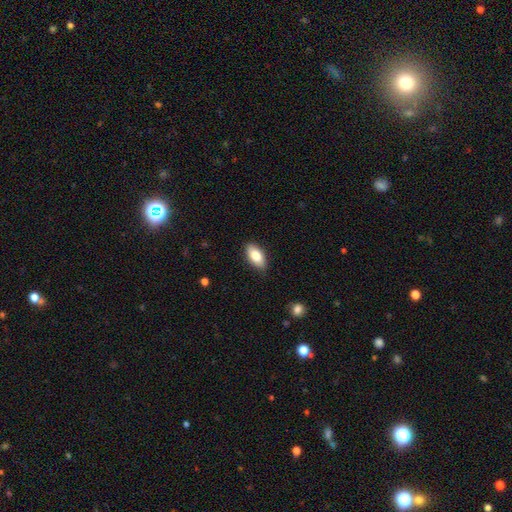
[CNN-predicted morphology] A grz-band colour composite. It shows a smooth galaxy with no disk features (84%) that is in between round and cigar-shaped (91%). Merging: none (85%).